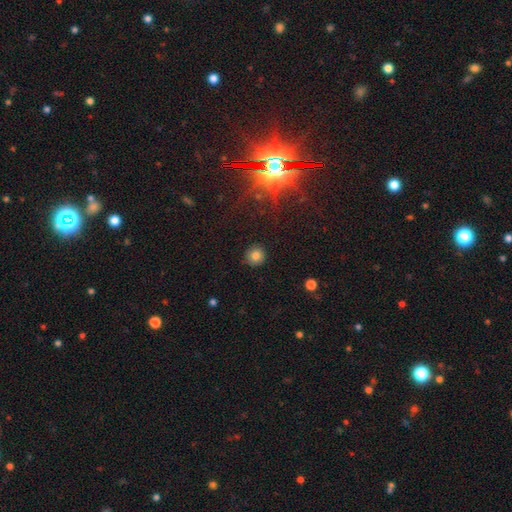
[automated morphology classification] This appears to be a smooth galaxy with no disk features (80%) that is round (93%). Merging: none (89%).